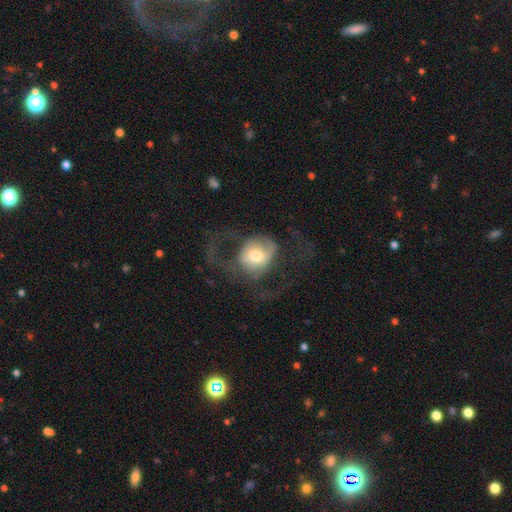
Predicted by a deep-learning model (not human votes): smooth-or-featured: smooth: 48% | featured or disk: 43% | star or artifact: 8%
  merging: major disturbance: 50% | none: 33% | minor disturbance: 15% | merger: 2%